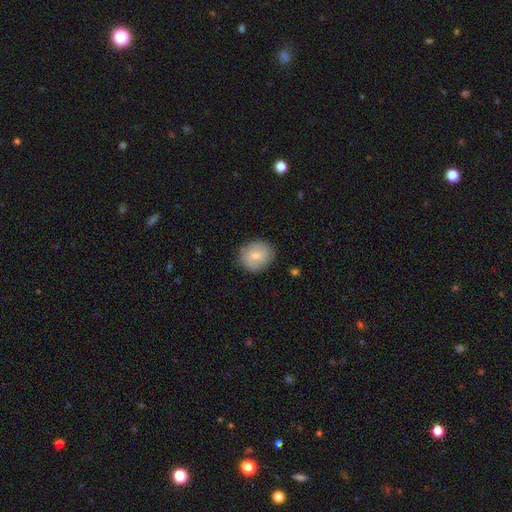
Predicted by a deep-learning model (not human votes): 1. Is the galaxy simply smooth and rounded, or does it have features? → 67% smooth, 26% featured or disk, 7% star or artifact.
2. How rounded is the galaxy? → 74% round, 25% in between, 1% cigar-shaped.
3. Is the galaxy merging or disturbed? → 82% none, 13% minor disturbance, 3% major disturbance, 1% merger.